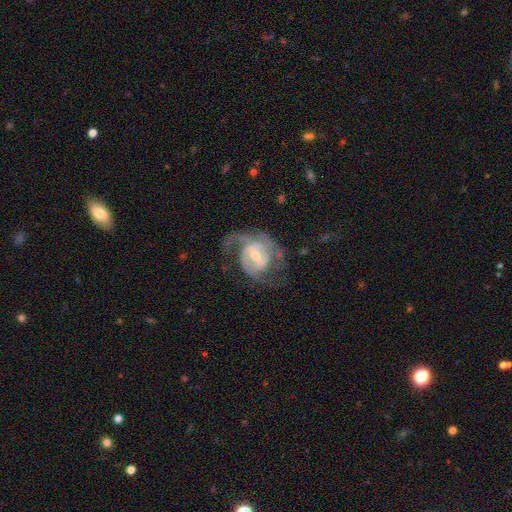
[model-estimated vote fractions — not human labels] A featured or disk galaxy (89%) with a weak bar (55%), 2 (58%) medium (49%) spiral arms (95%) and a moderate central bulge (53%).

Vote fractions:
- Smooth or featured? featured or disk: 89% / smooth: 6% / star or artifact: 5%
- Edge-on disk? no: 98% / yes: 2%
- Bar? weak: 55% / strong: 23% / no: 22%
- Spiral arms? yes: 95% / no: 5%
- Spiral winding? medium: 49% / tight: 36% / loose: 15%
- Spiral arm count? 2: 58% / 3: 17% / can't tell: 13% / 1: 6% / 4: 4% / more than 4: 3%
- Bulge size? moderate: 53% / small: 40% / large: 4% / none: 2% / dominant: 1%
- Merging? none: 56% / major disturbance: 22% / minor disturbance: 20% / merger: 2%